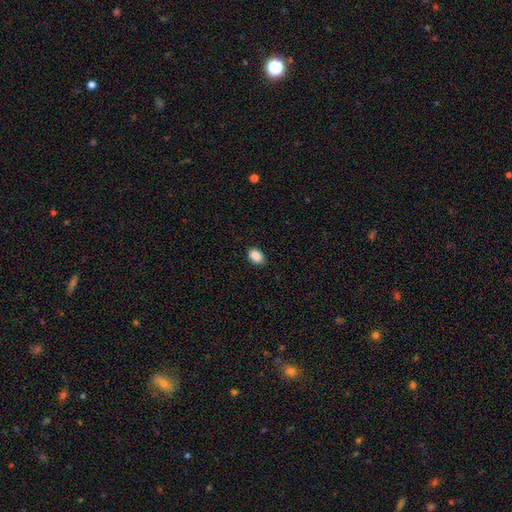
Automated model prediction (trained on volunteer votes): Q: Smooth or featured?
A: smooth (89%); runner-up: star or artifact (8%)
Q: How rounded?
A: in between (84%); runner-up: round (15%)
Q: Merging?
A: none (85%); runner-up: minor disturbance (12%)